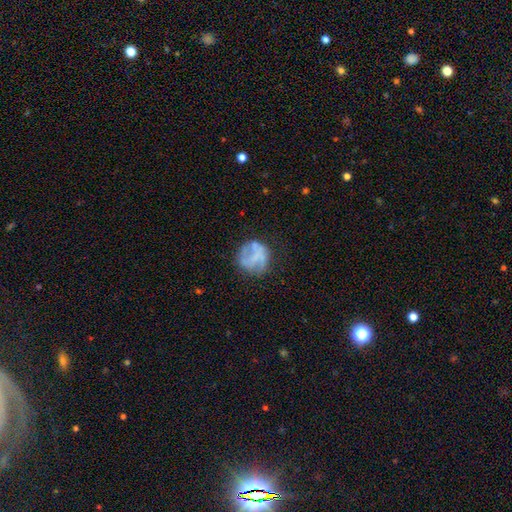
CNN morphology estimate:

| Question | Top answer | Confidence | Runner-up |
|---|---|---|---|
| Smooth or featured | featured or disk | 48% | smooth (42%) |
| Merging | none | 58% | minor disturbance (21%) |